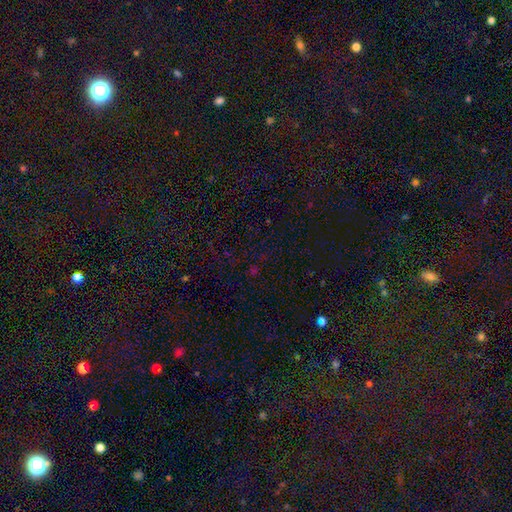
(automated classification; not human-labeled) Smooth or featured?
  - star or artifact: 66% *
  - smooth: 26%
  - featured or disk: 8%